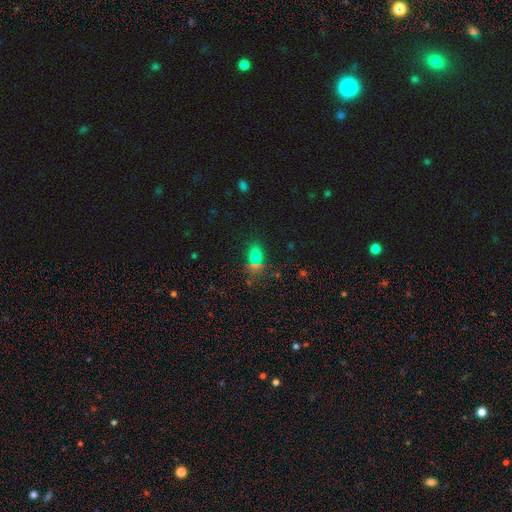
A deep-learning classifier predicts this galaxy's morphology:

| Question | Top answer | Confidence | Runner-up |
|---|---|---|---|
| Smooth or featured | smooth | 63% | star or artifact (28%) |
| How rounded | in between | 72% | round (24%) |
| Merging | none | 68% | minor disturbance (13%) |